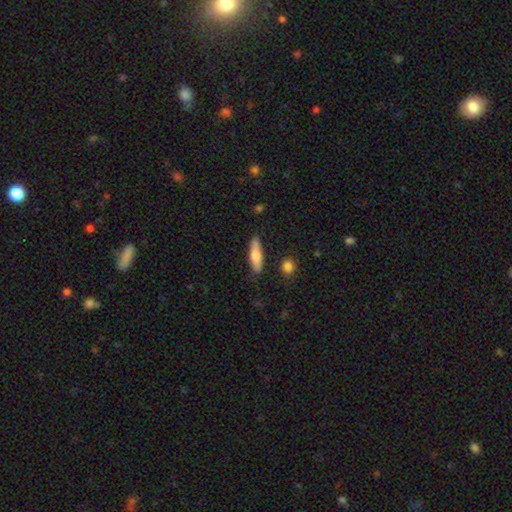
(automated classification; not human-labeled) Smooth or featured?
  - smooth: 72% *
  - featured or disk: 22%
  - star or artifact: 6%
How rounded?
  - cigar-shaped: 66% *
  - in between: 32%
  - round: 2%
Merging?
  - none: 82% *
  - minor disturbance: 13%
  - major disturbance: 3%
  - merger: 2%